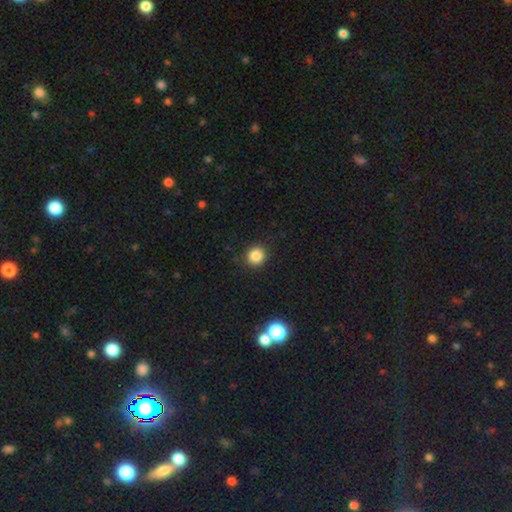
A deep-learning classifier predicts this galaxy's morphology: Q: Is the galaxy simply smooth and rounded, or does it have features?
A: smooth — 85%.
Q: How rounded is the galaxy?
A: round — 88%.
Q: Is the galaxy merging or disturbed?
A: none — 90%.